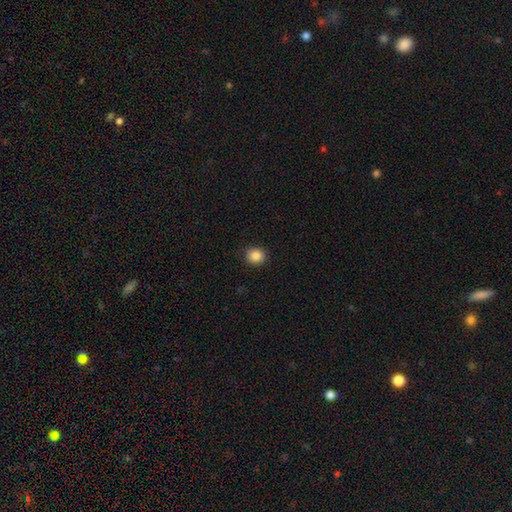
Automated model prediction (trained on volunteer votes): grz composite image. It shows a smooth galaxy with no disk features (86%) that is round (84%). Merging: none (91%).